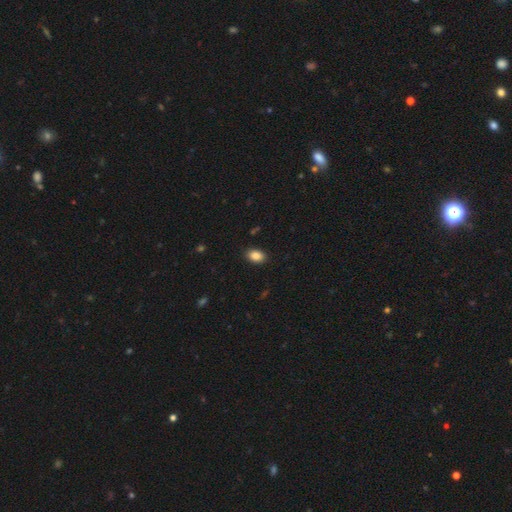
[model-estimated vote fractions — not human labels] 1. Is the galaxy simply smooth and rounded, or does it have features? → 87% smooth, 9% star or artifact, 4% featured or disk.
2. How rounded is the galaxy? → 85% in between, 14% round, 1% cigar-shaped.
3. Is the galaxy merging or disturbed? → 89% none, 8% minor disturbance, 2% major disturbance, 1% merger.